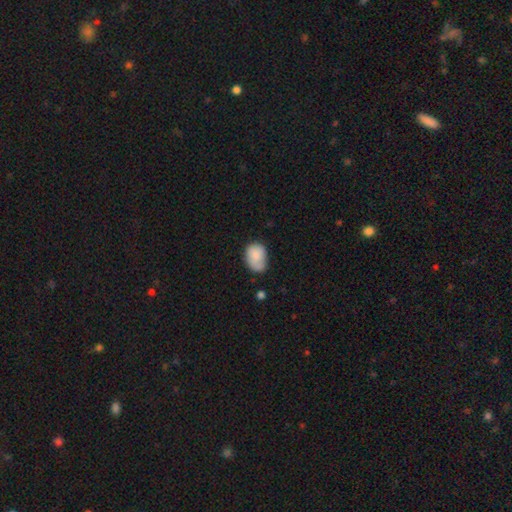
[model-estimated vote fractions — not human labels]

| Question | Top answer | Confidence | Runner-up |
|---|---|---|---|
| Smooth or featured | smooth | 79% | featured or disk (13%) |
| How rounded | in between | 70% | round (29%) |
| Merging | none | 43% | minor disturbance (37%) |